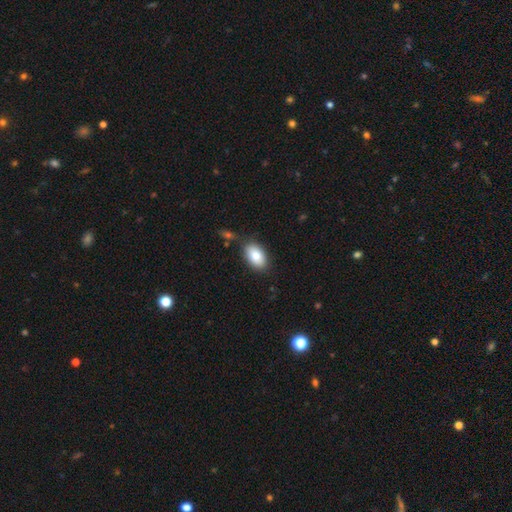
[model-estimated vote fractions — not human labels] Smooth or featured?
  - smooth: 82% *
  - featured or disk: 12%
  - star or artifact: 7%
How rounded?
  - in between: 92% *
  - round: 7%
  - cigar-shaped: 2%
Merging?
  - none: 80% *
  - minor disturbance: 13%
  - merger: 5%
  - major disturbance: 3%